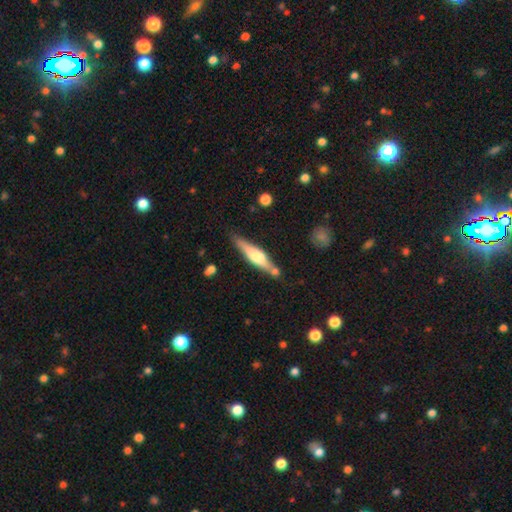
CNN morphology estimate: Q: Smooth or featured?
A: featured or disk (59%); runner-up: smooth (36%)
Q: Edge-on disk?
A: yes (95%); runner-up: no (5%)
Q: Edge-on bulge?
A: rounded (80%); runner-up: boxy (15%)
Q: Merging?
A: none (76%); runner-up: minor disturbance (13%)